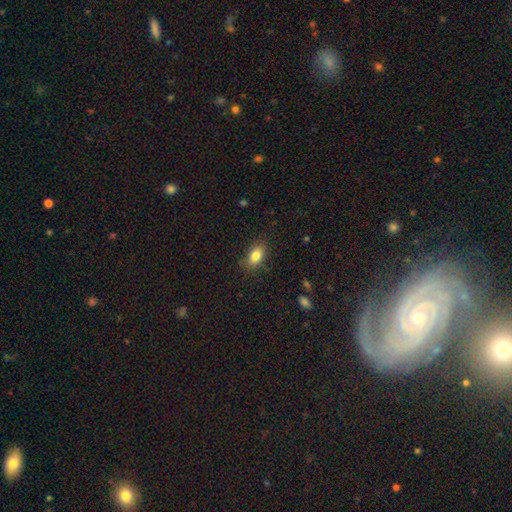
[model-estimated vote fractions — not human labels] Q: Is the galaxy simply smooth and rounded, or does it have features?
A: smooth — 83%.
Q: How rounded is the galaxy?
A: in between — 87%.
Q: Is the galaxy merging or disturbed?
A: none — 83%.